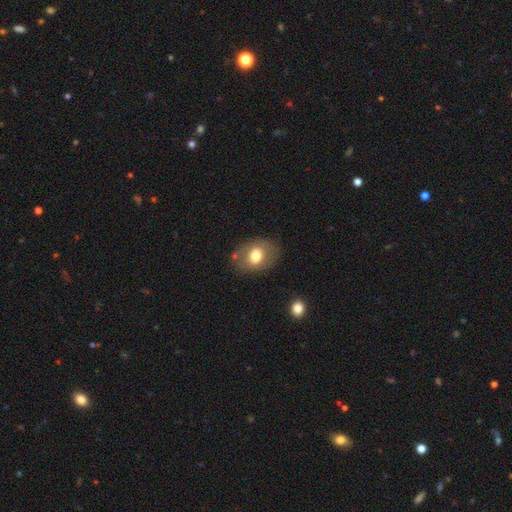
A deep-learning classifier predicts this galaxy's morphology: A smooth galaxy with no disk features (69%) that is in between round and cigar-shaped (68%). Merging: none (78%).